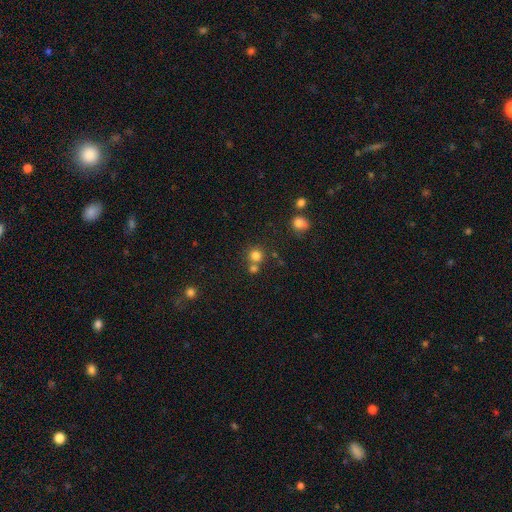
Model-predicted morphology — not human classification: smooth_or_featured: smooth (p=0.78) [alt: star or artifact p=0.15]
how_rounded: round (p=0.91) [alt: in between p=0.08]
merging: none (p=0.64) [alt: merger p=0.26]